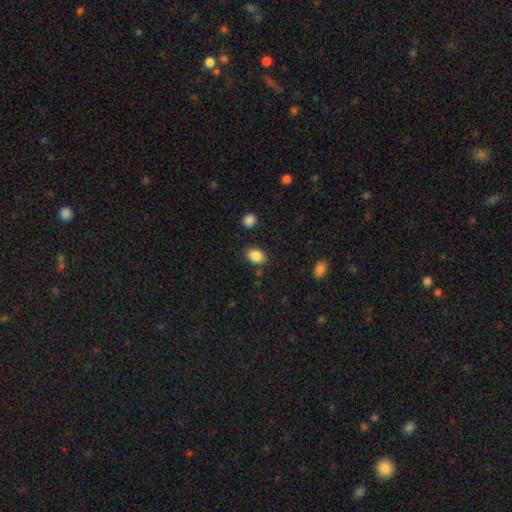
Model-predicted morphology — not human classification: Smooth or featured?
  - smooth: 87% *
  - star or artifact: 9%
  - featured or disk: 5%
How rounded?
  - in between: 76% *
  - round: 23%
  - cigar-shaped: 1%
Merging?
  - none: 84% *
  - minor disturbance: 10%
  - major disturbance: 3%
  - merger: 3%